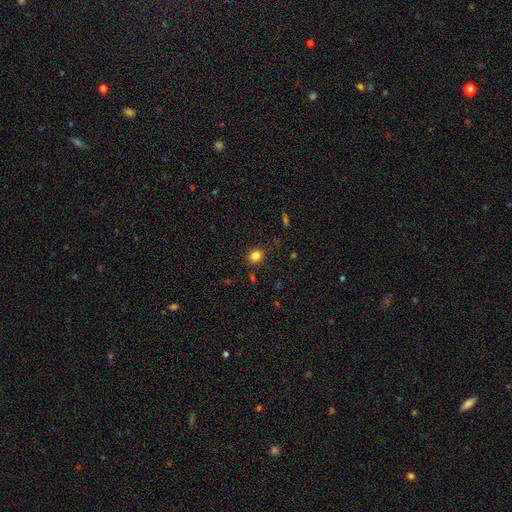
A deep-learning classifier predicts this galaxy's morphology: This appears to be a smooth galaxy with no disk features (82%) that is round (78%). Merging: none (87%).